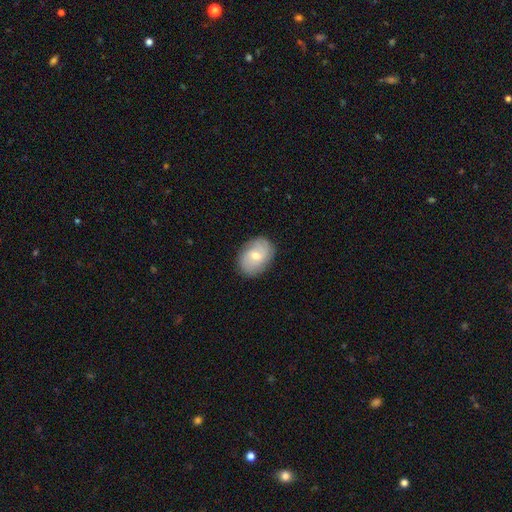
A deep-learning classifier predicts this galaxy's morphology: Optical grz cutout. It shows a smooth galaxy with no disk features (53%) that is in between round and cigar-shaped (76%). Merging: none (83%).